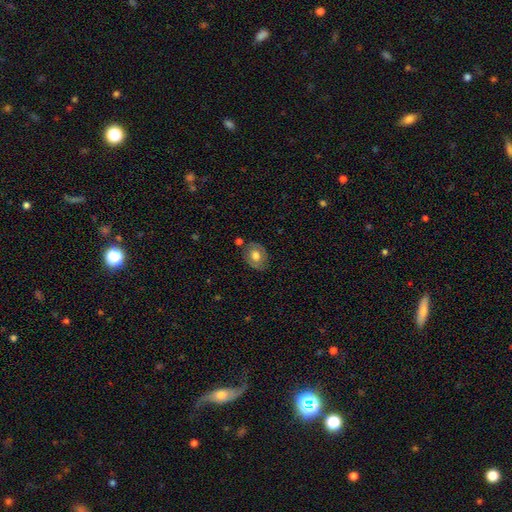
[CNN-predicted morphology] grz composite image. It shows a smooth galaxy with no disk features (56%) that is in between round and cigar-shaped (66%). Merging: none (76%).